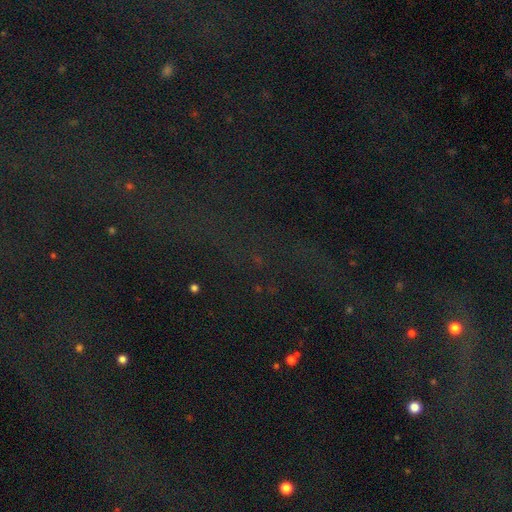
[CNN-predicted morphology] Smooth or featured: star or artifact — 80% (smooth — 11%)